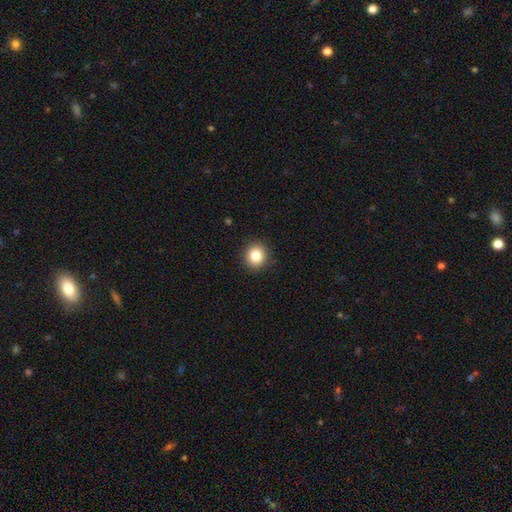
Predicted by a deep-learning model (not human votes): Q: Smooth or featured?
A: smooth (85%); runner-up: star or artifact (10%)
Q: How rounded?
A: round (85%); runner-up: in between (14%)
Q: Merging?
A: none (91%); runner-up: minor disturbance (6%)